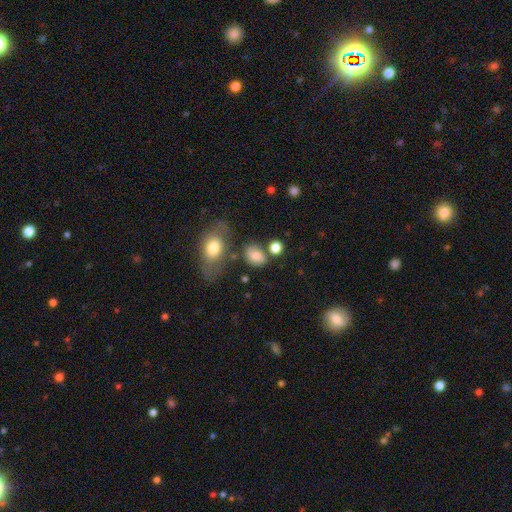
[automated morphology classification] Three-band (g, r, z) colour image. It shows a smooth galaxy with no disk features (77%) that is in between round and cigar-shaped (54%). Merging: none (62%).